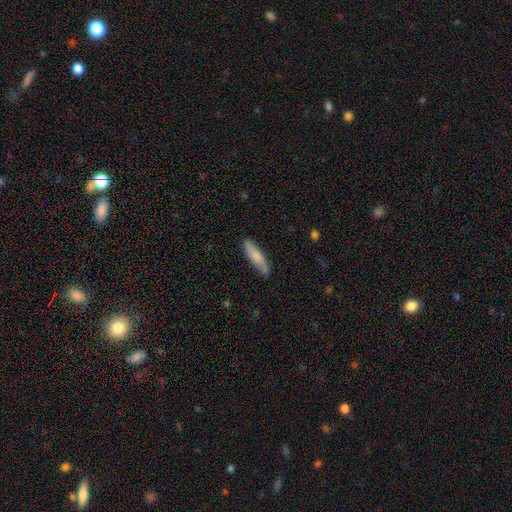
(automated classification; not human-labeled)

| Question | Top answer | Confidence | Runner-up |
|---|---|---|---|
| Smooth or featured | smooth | 74% | featured or disk (20%) |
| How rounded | cigar-shaped | 73% | in between (25%) |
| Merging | none | 85% | minor disturbance (12%) |